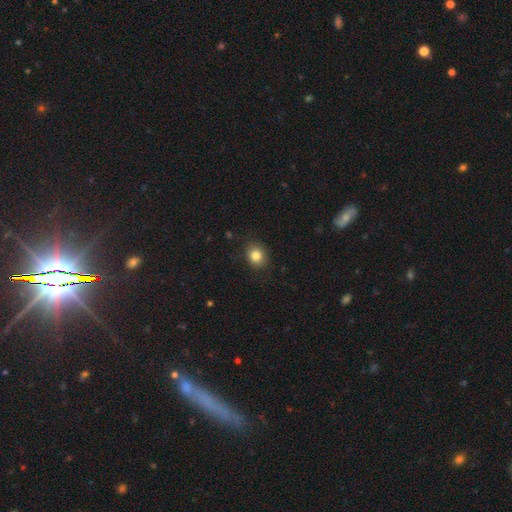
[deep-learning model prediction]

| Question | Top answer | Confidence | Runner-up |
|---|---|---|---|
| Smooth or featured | smooth | 84% | star or artifact (10%) |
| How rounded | round | 69% | in between (30%) |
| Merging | none | 87% | minor disturbance (10%) |